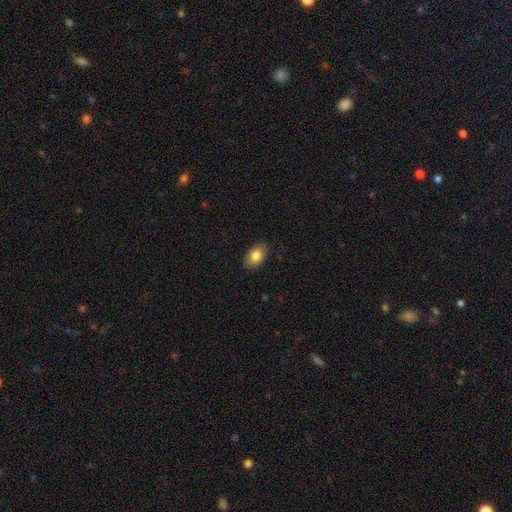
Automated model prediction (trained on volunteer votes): A smooth galaxy with no disk features (82%) that is in between round and cigar-shaped (89%).

Vote fractions:
- Smooth or featured? smooth: 82% / featured or disk: 11% / star or artifact: 7%
- How rounded? in between: 89% / round: 10% / cigar-shaped: 1%
- Merging? none: 87% / minor disturbance: 10% / major disturbance: 2% / merger: 1%